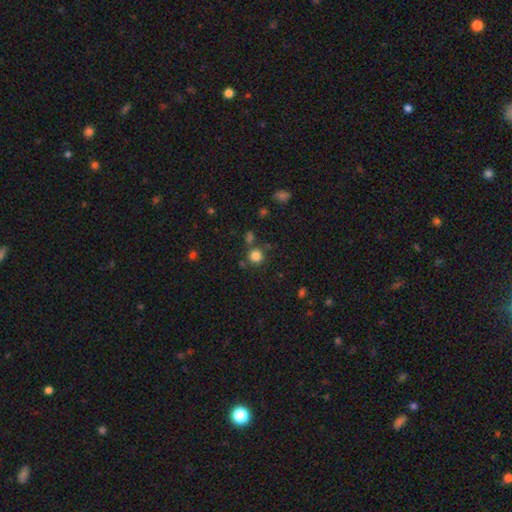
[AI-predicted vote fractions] This appears to be a smooth galaxy with no disk features (81%) that is round (92%). Merging: none (76%).